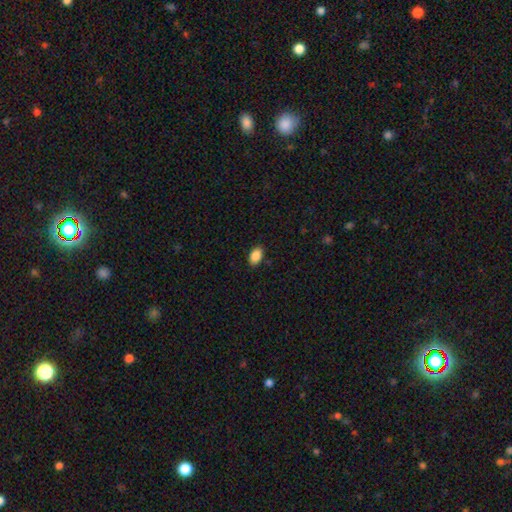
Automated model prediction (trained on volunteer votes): The model was most divided on "merging": none: 87%, minor disturbance: 10%, major disturbance: 2%, merger: 1%. More confident: how rounded — in between (90%); smooth or featured — smooth (89%).